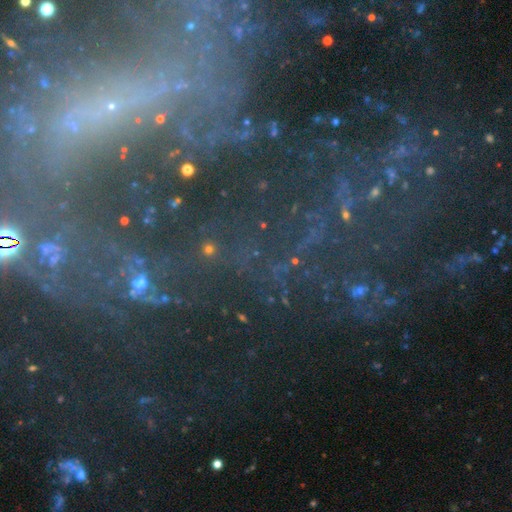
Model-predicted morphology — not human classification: This is possibly a star or artifact rather than a galaxy (47%).